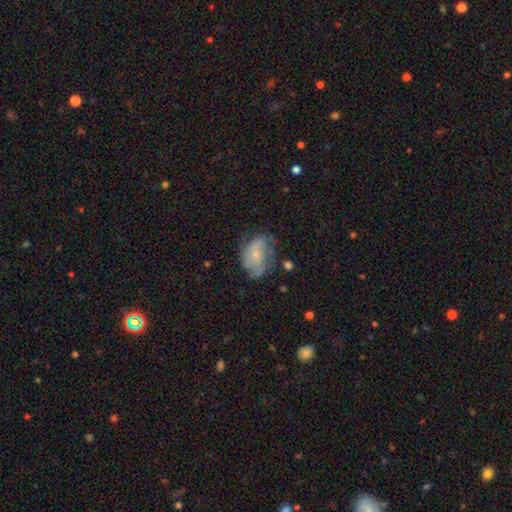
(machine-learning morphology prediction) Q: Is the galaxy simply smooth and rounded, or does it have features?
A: featured or disk — 60%.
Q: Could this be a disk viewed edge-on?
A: no — 97%.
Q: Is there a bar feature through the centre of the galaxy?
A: no — 74%.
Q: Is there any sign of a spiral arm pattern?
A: yes — 74%.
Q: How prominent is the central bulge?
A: small — 70%.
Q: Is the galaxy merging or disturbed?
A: none — 46%.